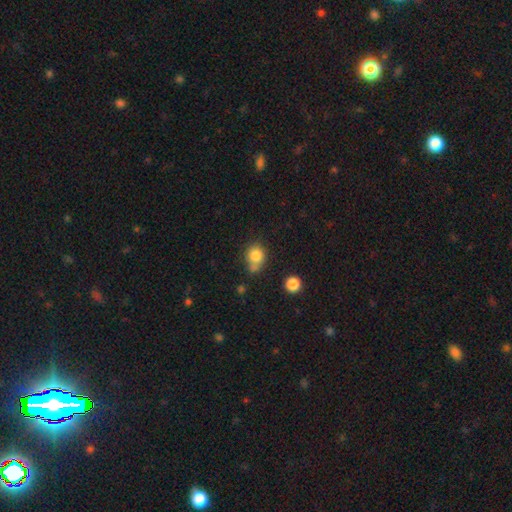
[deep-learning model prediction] Smooth or featured? smooth (81%)
How rounded? round (71%)
Merging? none (49%)